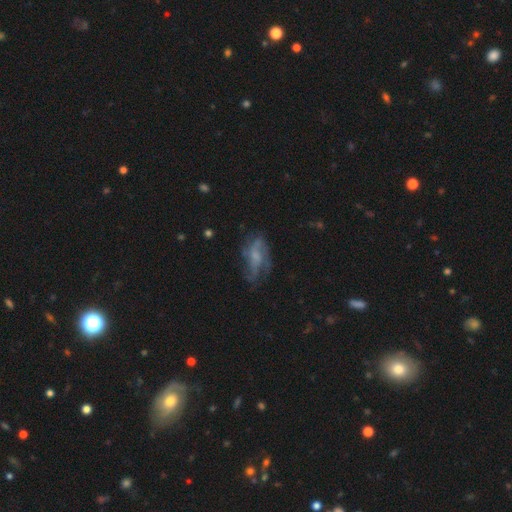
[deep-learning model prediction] Overall: featured or disk (64%; smooth 26%). Edge-on disk: no (92%). Bar: no (62%; weak 31%). Spiral arms: yes (76%). Bulge size: small (40%; moderate 29%). Merging: none (53%; minor disturbance 23%).